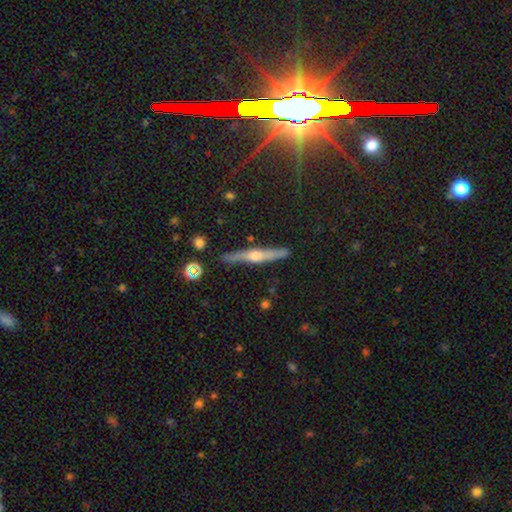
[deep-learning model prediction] Smooth or featured: featured or disk — 70% (smooth — 18%)
Edge-on disk: yes — 96% (no — 4%)
Edge-on bulge: rounded — 92% (boxy — 5%)
Merging: none — 87% (minor disturbance — 9%)